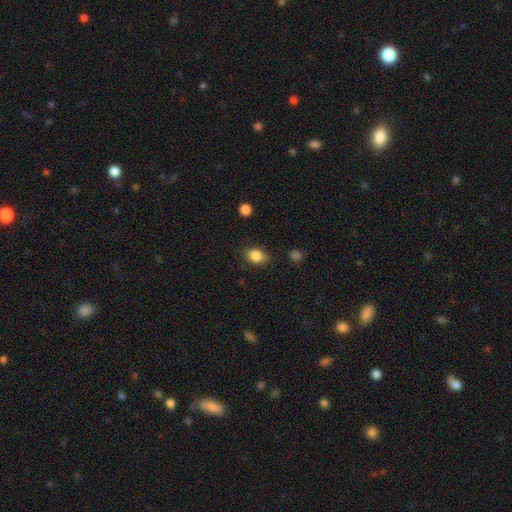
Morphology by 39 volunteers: A smooth galaxy with no disk features (97%) that is in between round and cigar-shaped (68%).

Vote fractions:
- Smooth or featured? smooth: 97% / star or artifact: 3% / featured or disk: 0%
- How rounded? in between: 68% / round: 32% / cigar-shaped: 0%
- Merging? none: 82% / minor disturbance: 13% / major disturbance: 3% / merger: 3%